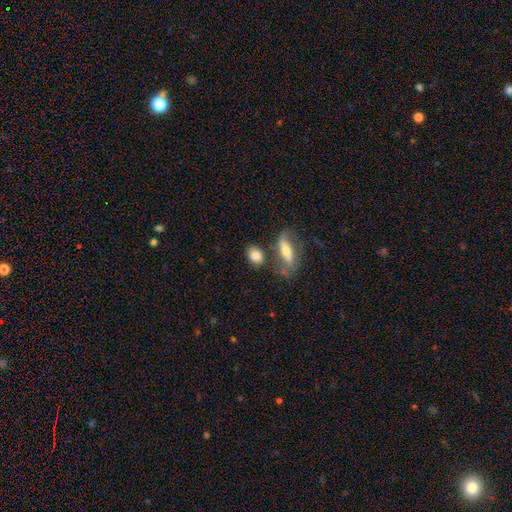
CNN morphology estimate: This is clearly a smooth galaxy (81%). How rounded: likely in between (72%). Merging: likely none (66%).